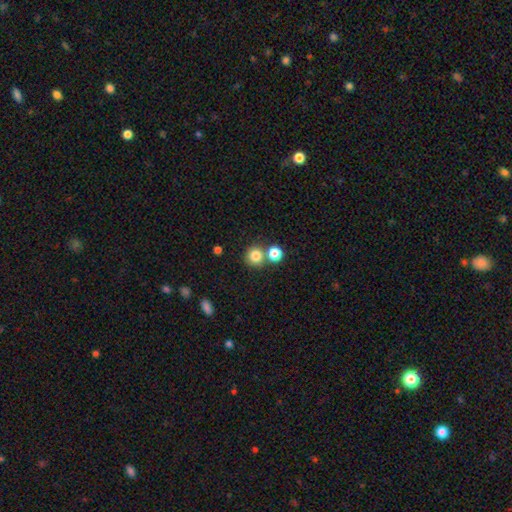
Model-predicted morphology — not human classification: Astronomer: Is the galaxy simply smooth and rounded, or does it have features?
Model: smooth — 81%.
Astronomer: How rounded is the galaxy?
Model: round — 90%.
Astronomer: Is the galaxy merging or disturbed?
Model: none — 64%.